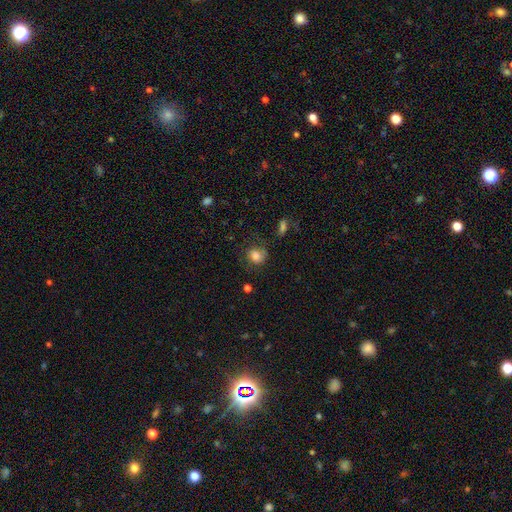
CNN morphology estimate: smooth_or_featured: smooth (p=0.77) [alt: featured or disk p=0.12]
how_rounded: round (p=0.69) [alt: in between p=0.30]
merging: none (p=0.60) [alt: minor disturbance p=0.23]